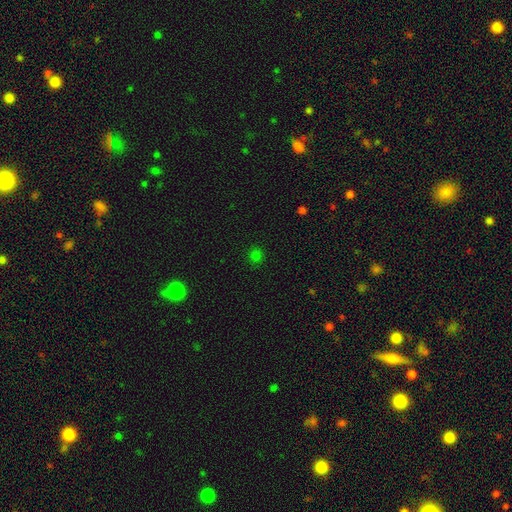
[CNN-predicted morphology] The model was most divided on "smooth or featured": smooth: 75%, star or artifact: 21%, featured or disk: 4%. More confident: merging — none (89%); how rounded — round (86%).